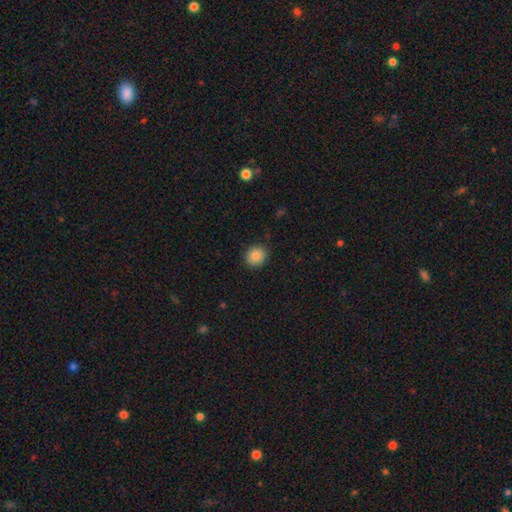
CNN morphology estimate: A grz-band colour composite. It shows a smooth galaxy with no disk features (84%) that is round (88%). Merging: none (87%).